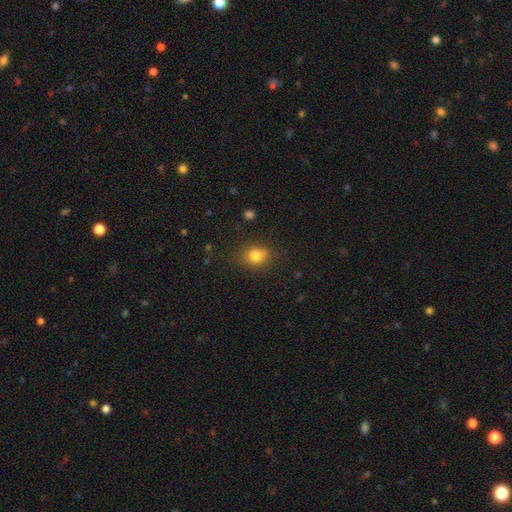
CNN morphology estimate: type=smooth (80%); roundness=round (71%); merging=none (70%).